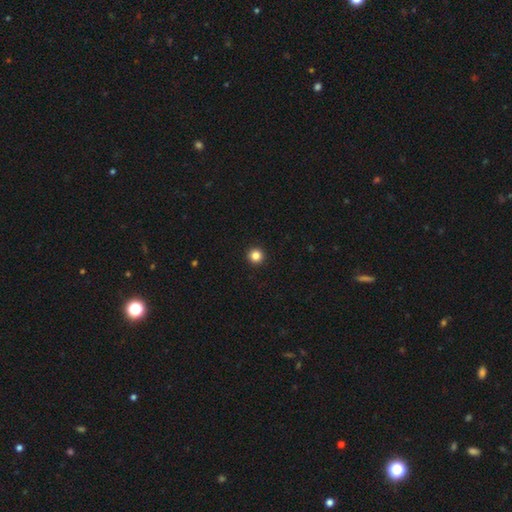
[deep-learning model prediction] Overall: smooth (84%). How rounded: round (96%). Merging: none (94%).